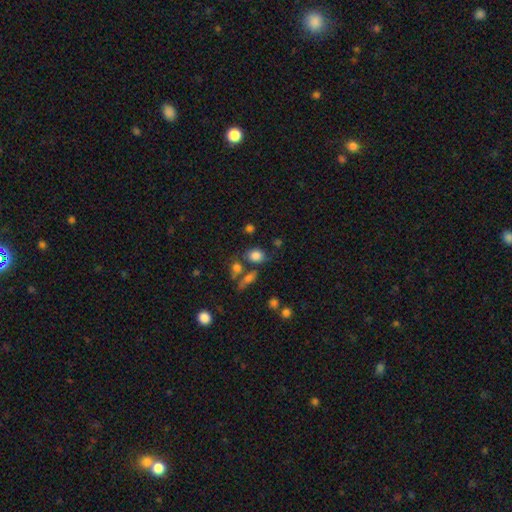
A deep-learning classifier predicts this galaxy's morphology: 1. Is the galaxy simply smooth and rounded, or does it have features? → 81% smooth, 12% star or artifact, 8% featured or disk.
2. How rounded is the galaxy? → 49% in between (tied), 49% round (tied), 2% cigar-shaped.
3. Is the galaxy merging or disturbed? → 63% none, 16% merger, 14% minor disturbance, 6% major disturbance.